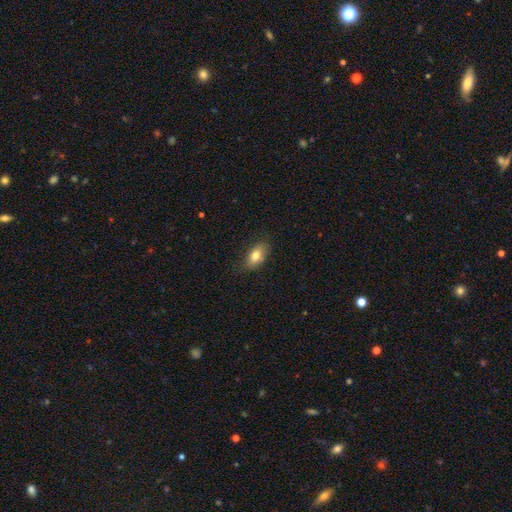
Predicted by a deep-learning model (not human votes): Morphology: type=smooth (78%); roundness=in between (88%); merging=none (81%).